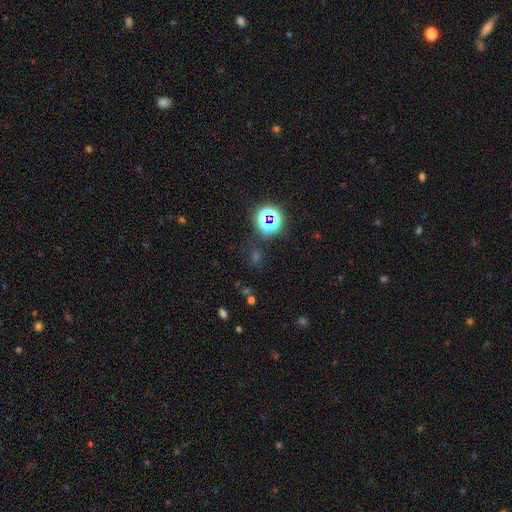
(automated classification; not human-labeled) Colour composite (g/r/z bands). It shows a star or artifact, not a galaxy (69%).